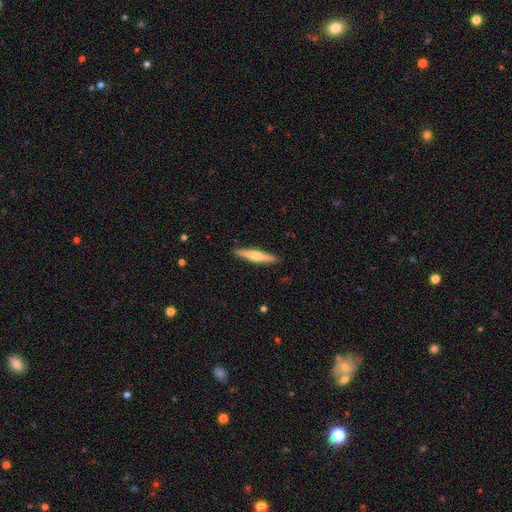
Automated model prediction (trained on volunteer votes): Smooth or featured: featured or disk — 49% (smooth — 46%)
Merging: none — 91% (minor disturbance — 7%)